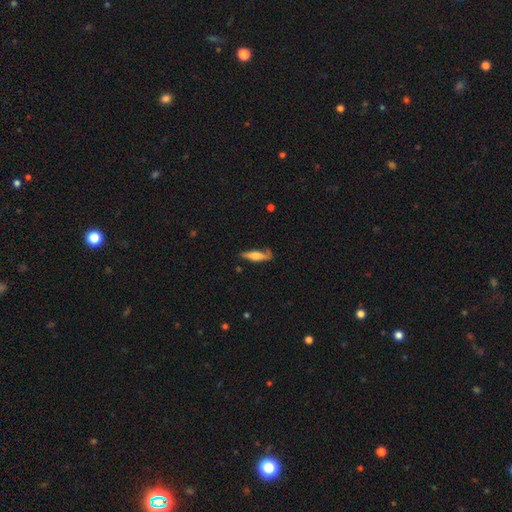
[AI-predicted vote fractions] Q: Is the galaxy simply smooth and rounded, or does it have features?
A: smooth — 56%.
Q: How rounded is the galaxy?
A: cigar-shaped — 70%.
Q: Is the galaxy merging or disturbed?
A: none — 69%.